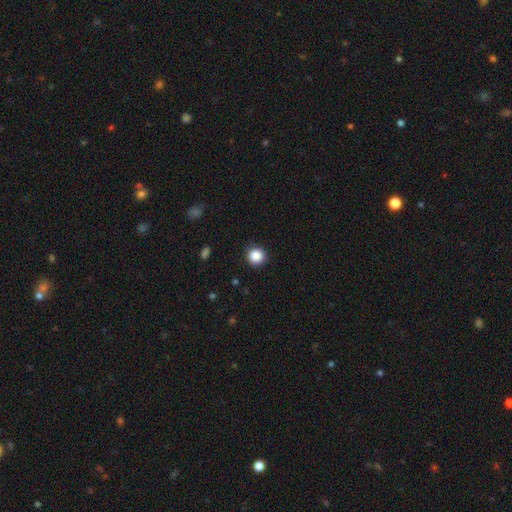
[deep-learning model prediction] A smooth galaxy with no disk features (86%) that is round (92%).

Vote fractions:
- Smooth or featured? smooth: 86% / star or artifact: 10% / featured or disk: 4%
- How rounded? round: 92% / in between: 7% / cigar-shaped: 1%
- Merging? none: 90% / minor disturbance: 7% / major disturbance: 2% / merger: 1%